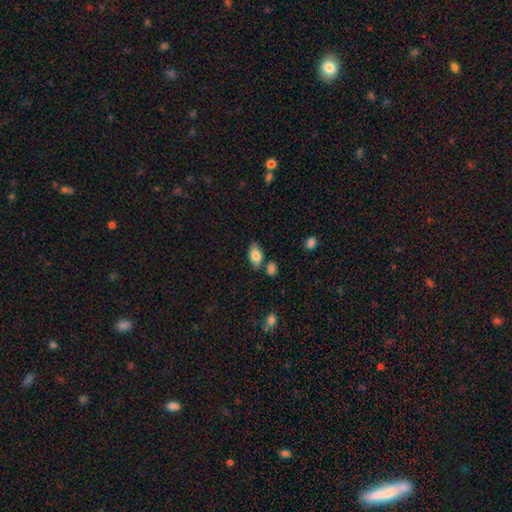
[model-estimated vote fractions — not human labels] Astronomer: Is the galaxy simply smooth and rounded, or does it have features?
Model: smooth — 79%.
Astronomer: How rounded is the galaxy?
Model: in between — 90%.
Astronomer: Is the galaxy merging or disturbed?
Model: none — 71%.